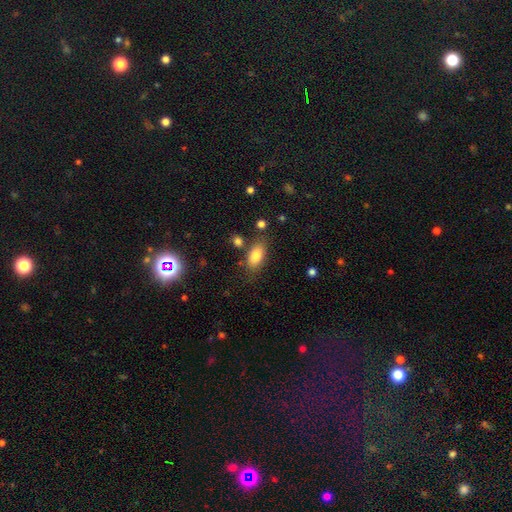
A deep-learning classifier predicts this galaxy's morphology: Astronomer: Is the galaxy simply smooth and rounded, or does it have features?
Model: smooth — 82%.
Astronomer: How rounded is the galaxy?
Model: in between — 88%.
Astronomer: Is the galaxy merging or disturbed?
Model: none — 75%.